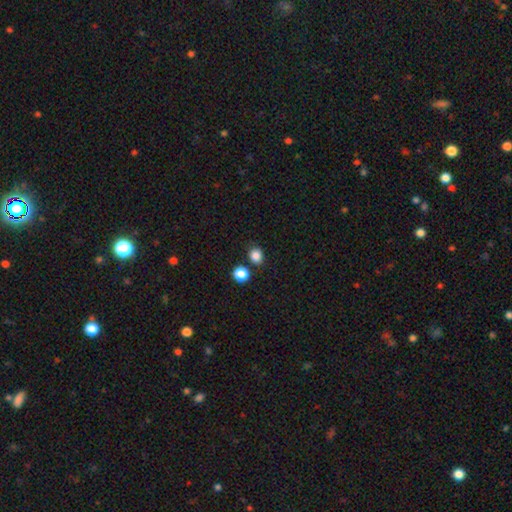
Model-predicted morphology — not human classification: smooth_or_featured: smooth (p=0.85) [alt: star or artifact p=0.12]
how_rounded: round (p=0.72) [alt: in between p=0.27]
merging: none (p=0.79) [alt: merger p=0.10]